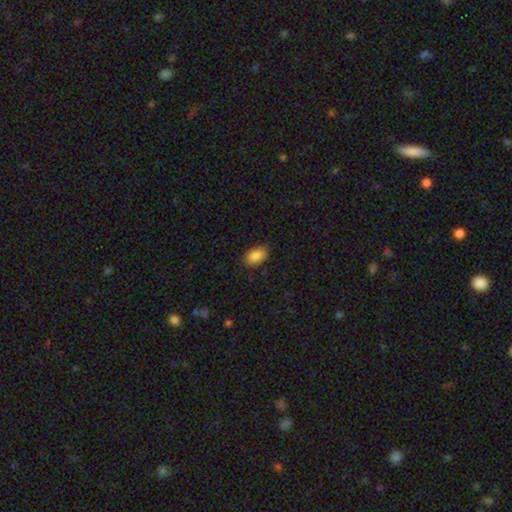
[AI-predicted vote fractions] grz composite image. It shows a smooth galaxy with no disk features (87%) that is in between round and cigar-shaped (90%). Merging: none (85%).